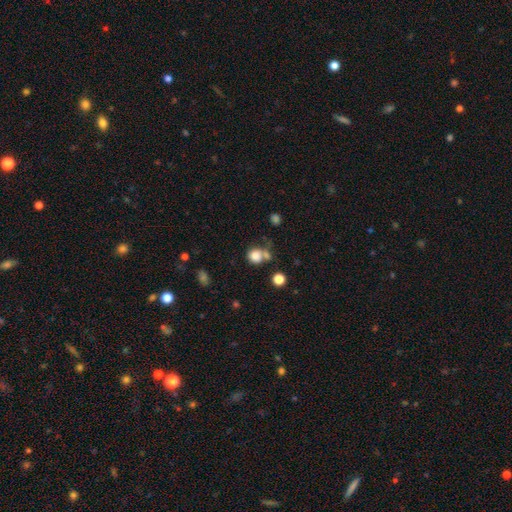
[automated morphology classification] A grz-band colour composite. It shows a smooth galaxy with no disk features (80%) that is round (80%). Merging: none (45%).